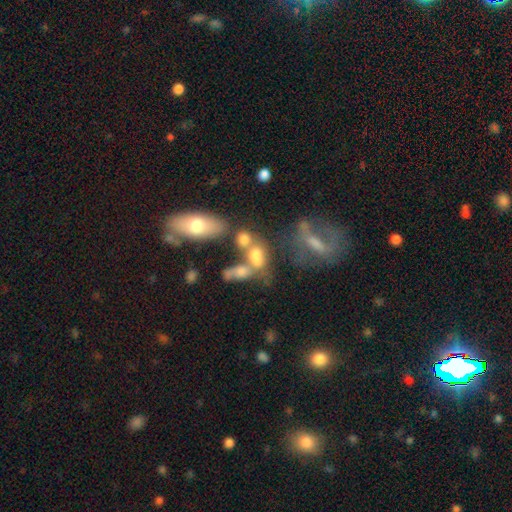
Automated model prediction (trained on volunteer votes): This appears to be a smooth galaxy with no disk features (56%) that is in between round and cigar-shaped (72%). Merging: merger (47%).